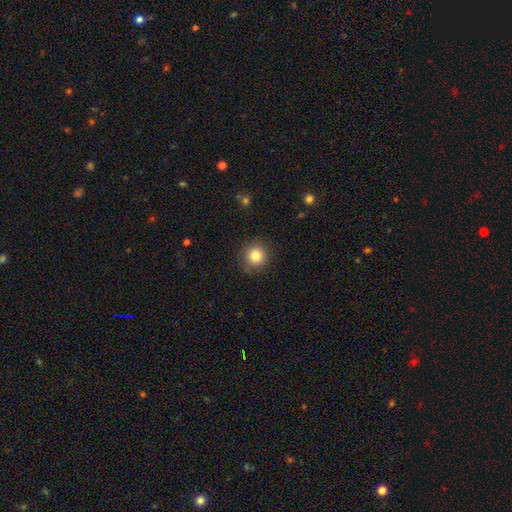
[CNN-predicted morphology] A smooth galaxy with no disk features (83%) that is round (93%). Merging: none (87%).